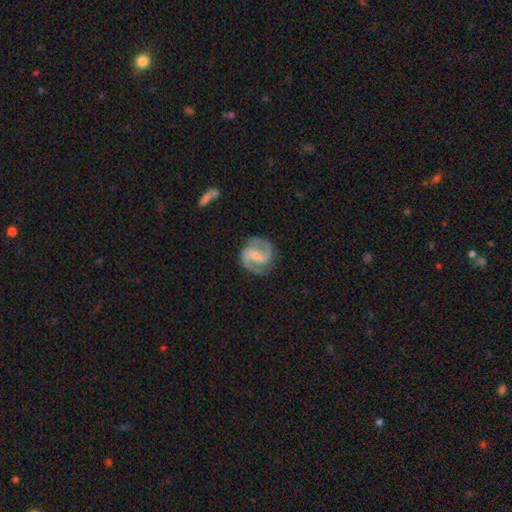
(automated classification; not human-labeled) Smooth or featured?
  - featured or disk: 90% *
  - smooth: 6%
  - star or artifact: 4%
Edge-on disk?
  - no: 98% *
  - yes: 2%
Bar?
  - weak: 45% *
  - strong: 36%
  - no: 19%
Spiral arms?
  - yes: 98% *
  - no: 2%
Spiral winding?
  - medium: 60% *
  - tight: 27%
  - loose: 13%
Spiral arm count?
  - 2: 93% *
  - can't tell: 2%
  - 3: 1%
  - 1: 1%
  - 4: 1%
  - more than 4: 1%
Bulge size?
  - small: 50% *
  - moderate: 32%
  - none: 14%
  - large: 3%
  - dominant: 1%
Merging?
  - none: 83% *
  - minor disturbance: 12%
  - major disturbance: 4%
  - merger: 1%